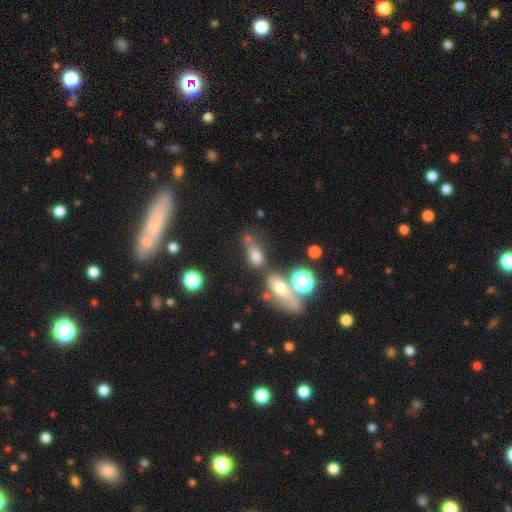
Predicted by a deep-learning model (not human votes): smooth-or-featured: smooth: 70% | star or artifact: 16% | featured or disk: 14%
  how-rounded: in between: 74% | round: 17% | cigar-shaped: 9%
  merging: none: 41% | merger: 31% | minor disturbance: 18% | major disturbance: 11%